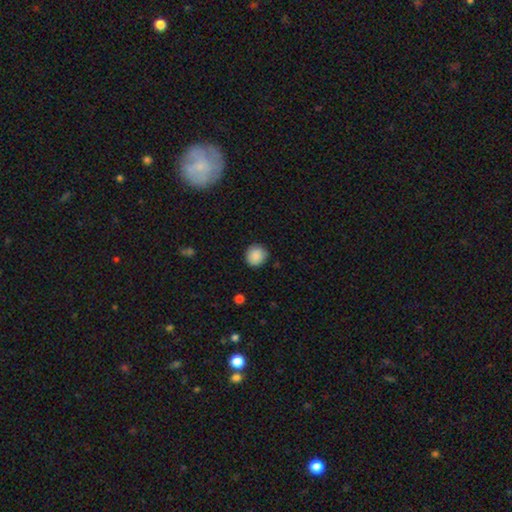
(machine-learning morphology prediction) A smooth galaxy with no disk features (88%) that is round (91%). Merging: none (88%).